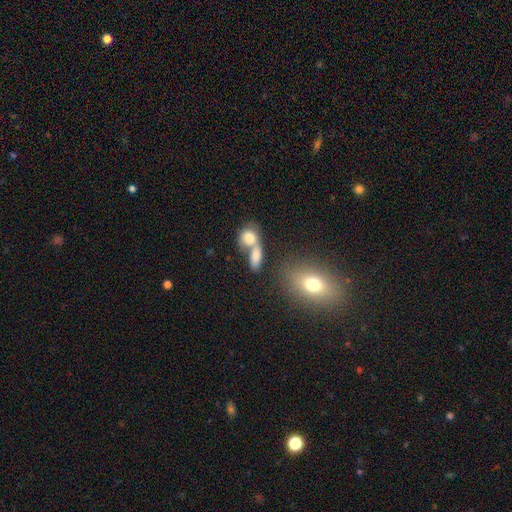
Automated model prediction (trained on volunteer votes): The model was most divided on "merging": merger: 61%, none: 25%, minor disturbance: 8%, major disturbance: 6%. More confident: smooth or featured — smooth (76%); how rounded — in between (71%).